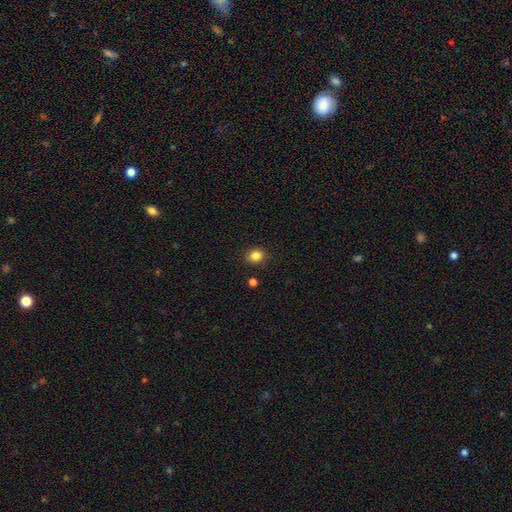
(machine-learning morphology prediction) Overall: smooth (85%). How rounded: round (62%; in between 37%). Merging: none (86%).